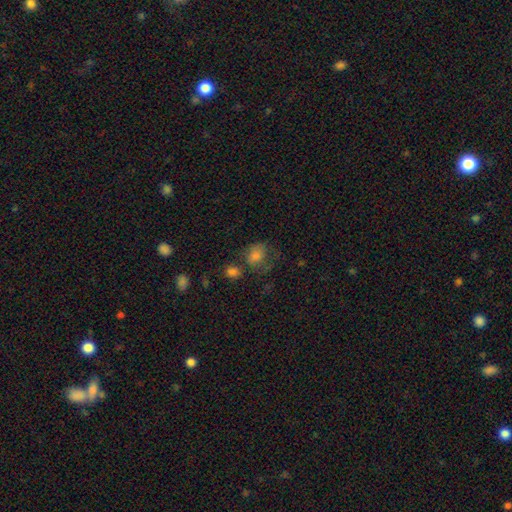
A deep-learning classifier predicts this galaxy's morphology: type=smooth (70%); roundness=round (54%); merging=none (47%).